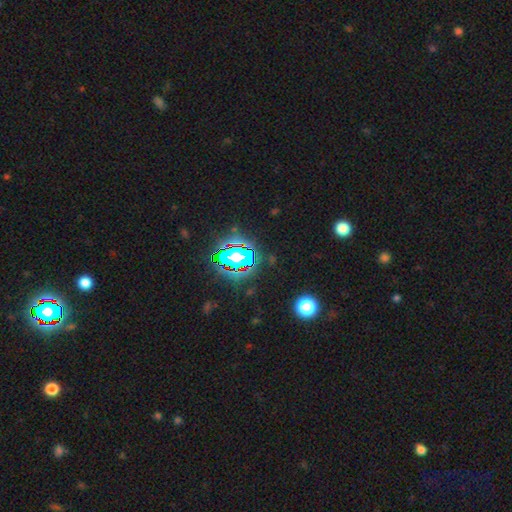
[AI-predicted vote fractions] The model was most divided on "smooth or featured": star or artifact: 82%, smooth: 11%, featured or disk: 7%.